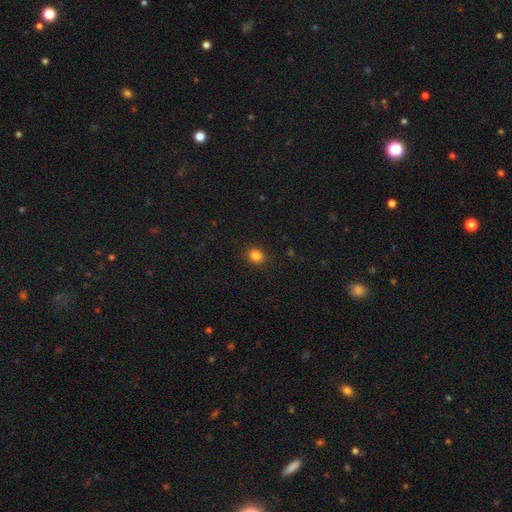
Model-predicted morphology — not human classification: Smooth or featured?
  - smooth: 84% *
  - star or artifact: 12%
  - featured or disk: 4%
How rounded?
  - round: 63% *
  - in between: 37%
  - cigar-shaped: 1%
Merging?
  - none: 90% *
  - minor disturbance: 7%
  - major disturbance: 2%
  - merger: 1%